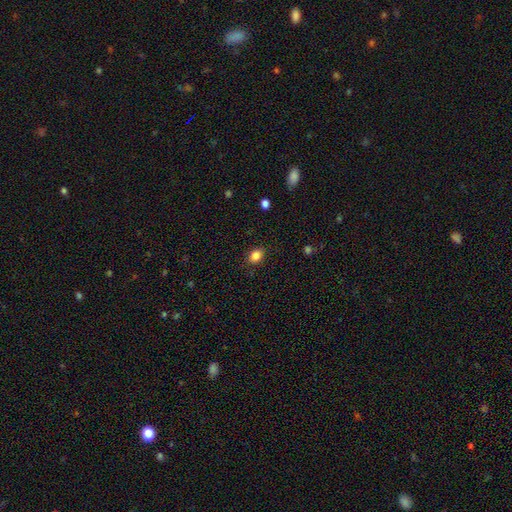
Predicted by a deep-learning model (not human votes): Smooth or featured?
  - smooth: 85% *
  - star or artifact: 10%
  - featured or disk: 5%
How rounded?
  - in between: 59% *
  - round: 40%
  - cigar-shaped: 1%
Merging?
  - none: 86% *
  - minor disturbance: 10%
  - major disturbance: 3%
  - merger: 1%